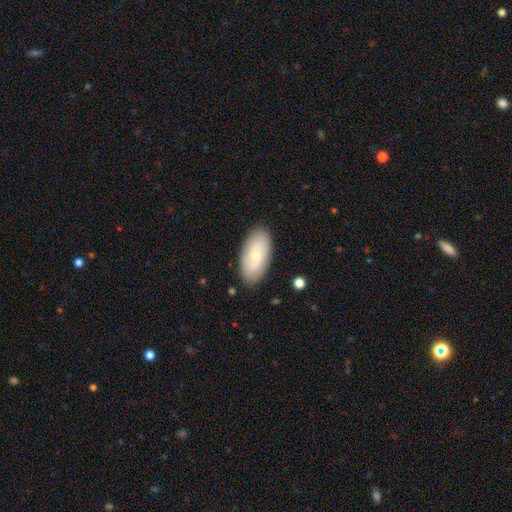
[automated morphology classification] This is possibly a smooth galaxy (59%). How rounded: clearly in between (93%). Merging: clearly none (86%).